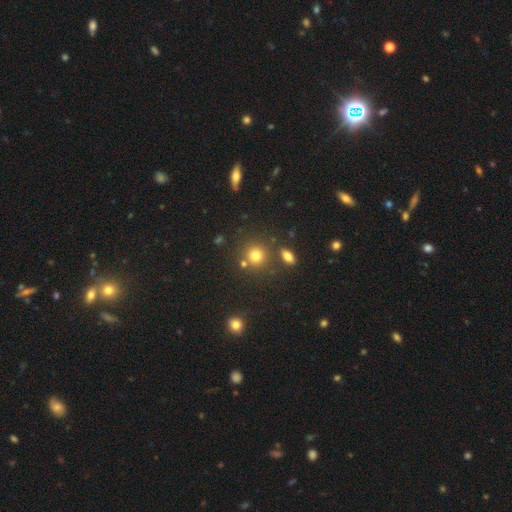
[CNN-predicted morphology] Smooth or featured? smooth (75%)
How rounded? round (88%)
Merging? none (75%)